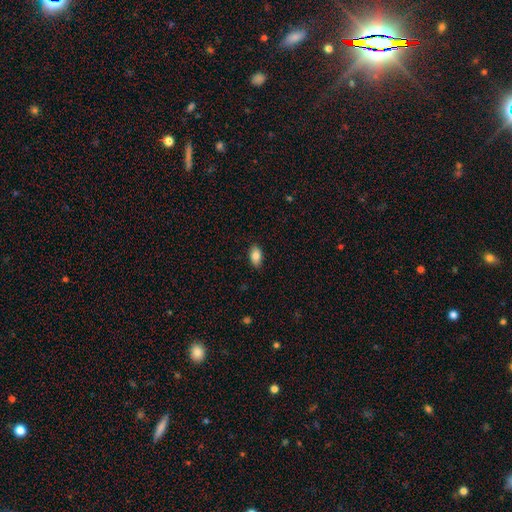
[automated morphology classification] Smooth or featured? Predicted: smooth (p=0.85). How rounded? Predicted: in between (p=0.92). Merging? Predicted: none (p=0.87).